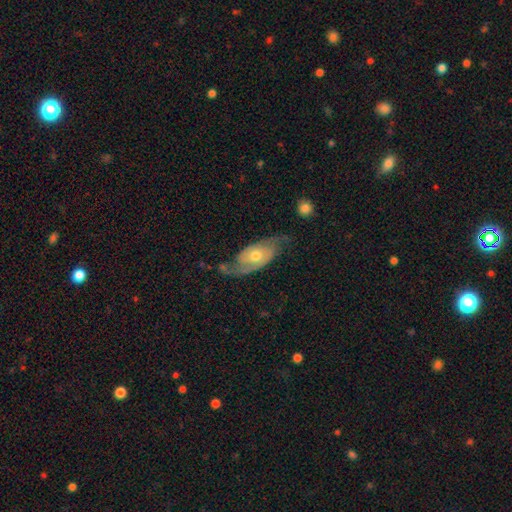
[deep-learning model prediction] smooth-or-featured: featured or disk: 83% | smooth: 12% | star or artifact: 5%
  disk-edge-on: no: 93% | yes: 7%
    bar: no: 69% | weak: 24% | strong: 6%
    has-spiral-arms: yes: 94% | no: 6%
      spiral-winding: medium: 43% | loose: 30% | tight: 27%
      spiral-arm-count: 2: 88% | can't tell: 6% | 1: 3% | 3: 1% | 4: 1% | more than 4: 1%
    bulge-size: moderate: 67% | small: 27% | large: 4% | none: 1% | dominant: 1%
  merging: none: 69% | minor disturbance: 20% | major disturbance: 10% | merger: 2%